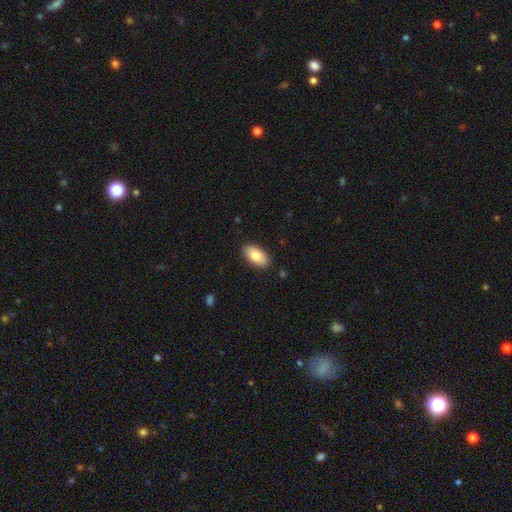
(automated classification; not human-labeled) Smooth or featured? Predicted: smooth (p=0.81). How rounded? Predicted: in between (p=0.94). Merging? Predicted: none (p=0.87).